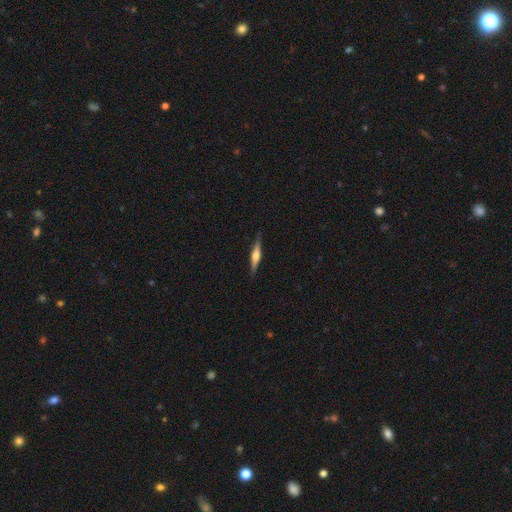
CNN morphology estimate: smooth_or_featured: featured or disk (p=0.70) [alt: smooth p=0.25]
disk_edge_on: yes (p=0.98) [alt: no p=0.02]
edge_on_bulge: rounded (p=0.84) [alt: boxy p=0.12]
merging: none (p=0.88) [alt: minor disturbance p=0.09]